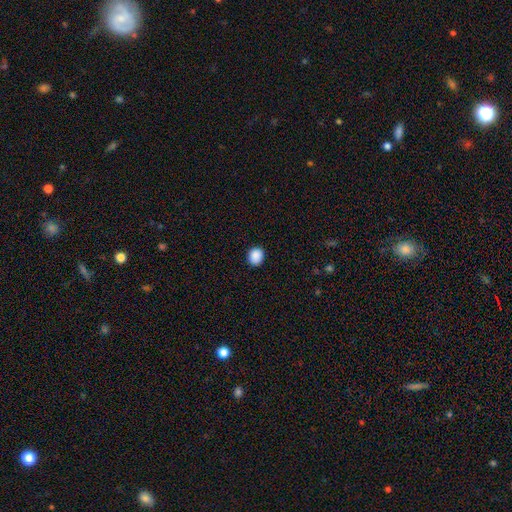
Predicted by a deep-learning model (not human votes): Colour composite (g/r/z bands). It shows a smooth galaxy with no disk features (89%) that is round (72%). Merging: none (90%).